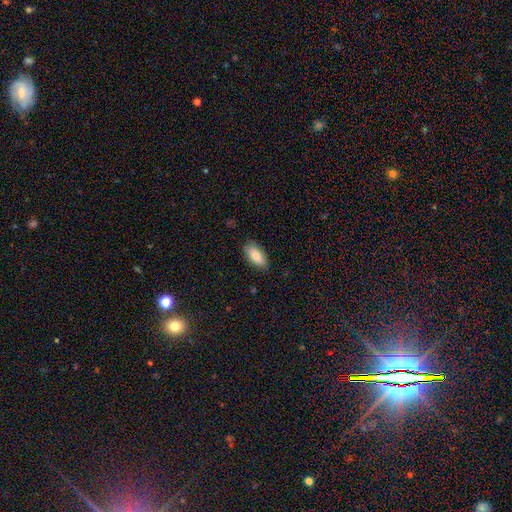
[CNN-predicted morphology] A smooth galaxy with no disk features (81%) that is in between round and cigar-shaped (89%). Merging: none (83%).